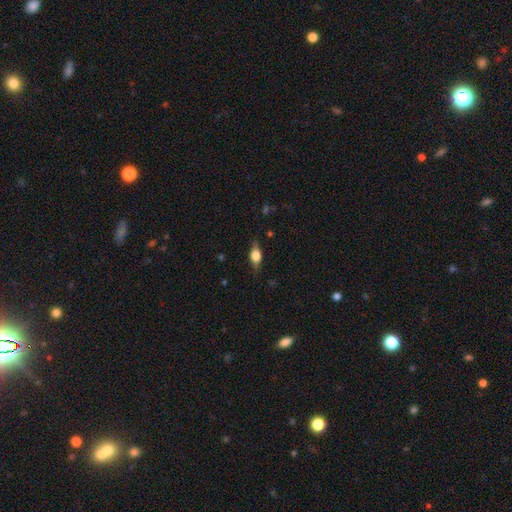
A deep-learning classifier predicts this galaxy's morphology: smooth_or_featured: smooth (p=0.53) [alt: featured or disk p=0.38]
how_rounded: in between (p=0.71) [alt: cigar-shaped p=0.15]
merging: none (p=0.78) [alt: minor disturbance p=0.17]